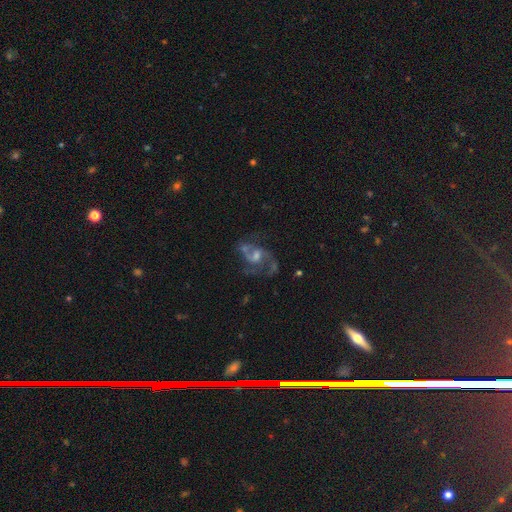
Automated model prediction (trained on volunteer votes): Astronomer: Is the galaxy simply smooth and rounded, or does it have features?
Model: featured or disk — 83%.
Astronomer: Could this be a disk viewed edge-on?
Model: no — 98%.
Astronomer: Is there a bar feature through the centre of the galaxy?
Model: no — 46% (runner-up: weak, 44%).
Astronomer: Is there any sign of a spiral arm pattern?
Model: yes — 93%.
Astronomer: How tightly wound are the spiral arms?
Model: medium — 50% (runner-up: loose, 39%).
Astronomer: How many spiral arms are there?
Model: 2 — 71%.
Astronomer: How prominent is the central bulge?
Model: moderate — 50% (runner-up: small, 33%).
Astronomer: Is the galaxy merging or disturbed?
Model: none — 55%.